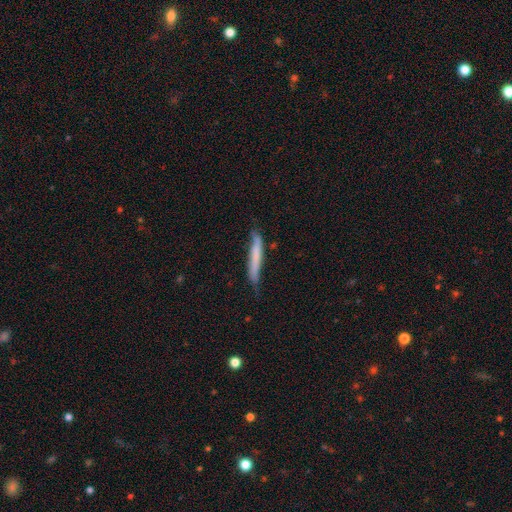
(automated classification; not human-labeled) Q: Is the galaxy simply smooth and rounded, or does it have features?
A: smooth — 63%.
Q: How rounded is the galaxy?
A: cigar-shaped — 95%.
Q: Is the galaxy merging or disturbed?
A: none — 61%.